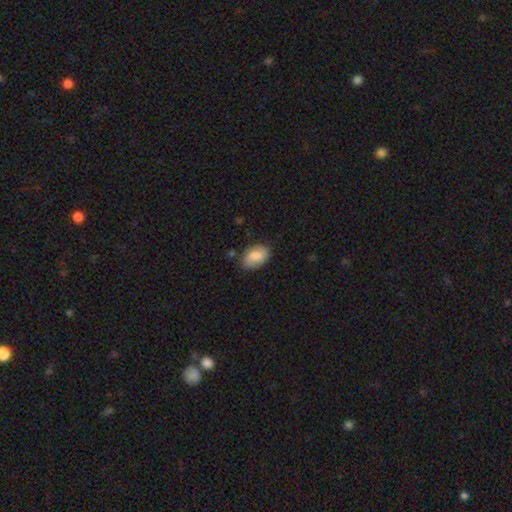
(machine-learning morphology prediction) Smooth or featured?
  - smooth: 74% *
  - featured or disk: 19%
  - star or artifact: 7%
How rounded?
  - in between: 89% *
  - round: 10%
  - cigar-shaped: 1%
Merging?
  - none: 74% *
  - minor disturbance: 20%
  - major disturbance: 4%
  - merger: 2%